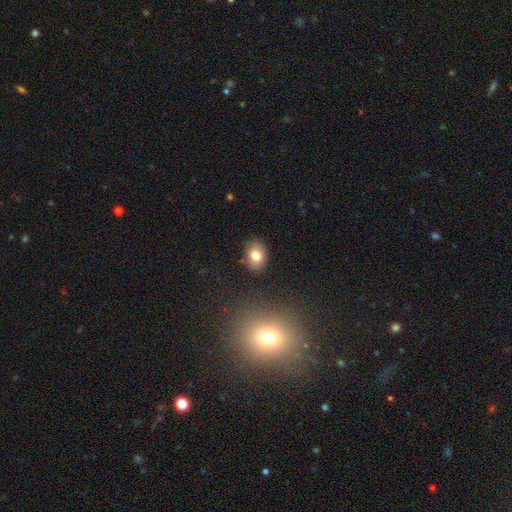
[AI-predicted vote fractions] smooth_or_featured: smooth (p=0.78) [alt: featured or disk p=0.11]
how_rounded: in between (p=0.64) [alt: round p=0.34]
merging: none (p=0.84) [alt: minor disturbance p=0.11]